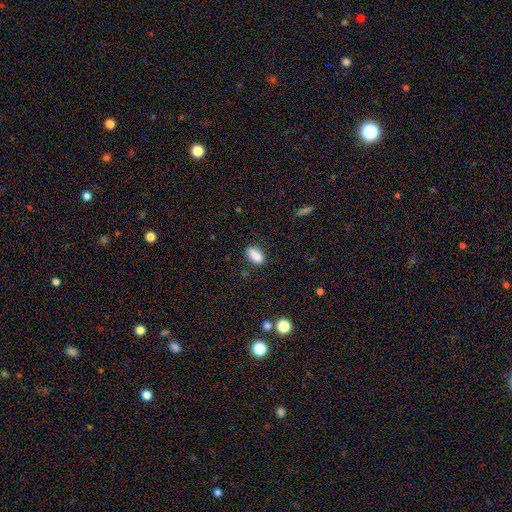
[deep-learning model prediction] This is clearly a smooth galaxy (87%). How rounded: clearly in between (86%). Merging: likely none (79%).